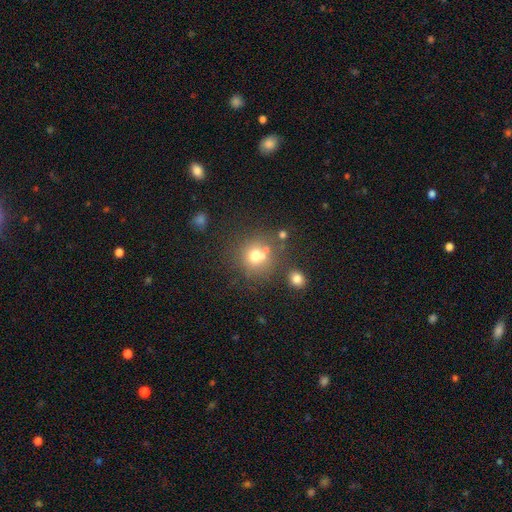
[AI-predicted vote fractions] Smooth or featured? smooth (69%)
How rounded? round (88%)
Merging? none (61%)